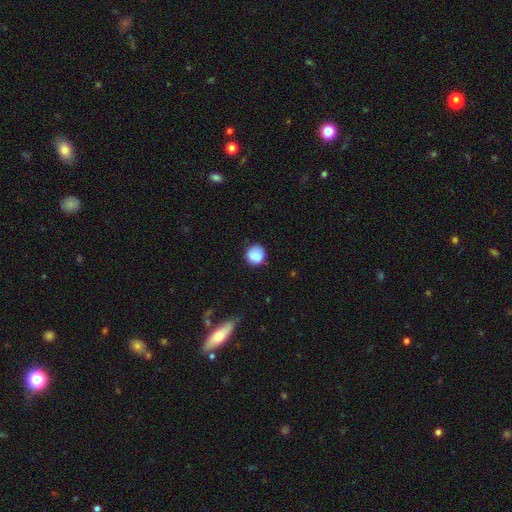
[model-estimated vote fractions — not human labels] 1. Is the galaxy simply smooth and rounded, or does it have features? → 84% smooth, 8% star or artifact, 8% featured or disk.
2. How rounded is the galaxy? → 90% round, 9% in between, 1% cigar-shaped.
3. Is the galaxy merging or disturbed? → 76% none, 18% minor disturbance, 5% major disturbance, 2% merger.